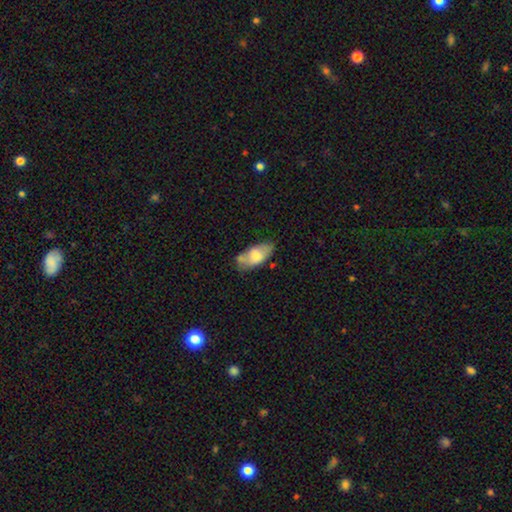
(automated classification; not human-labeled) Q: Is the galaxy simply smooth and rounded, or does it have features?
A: smooth — 67%.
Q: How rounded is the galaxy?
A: in between — 90%.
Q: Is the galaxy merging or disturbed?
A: none — 57%.